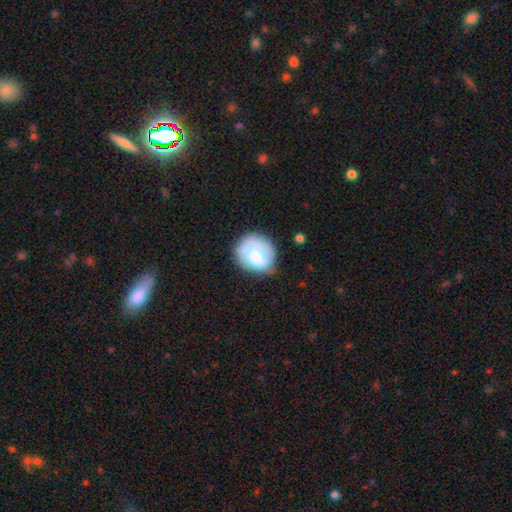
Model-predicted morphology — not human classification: Smooth or featured? Predicted: smooth (p=0.55). How rounded? Predicted: round (p=0.72). Merging? Predicted: none (p=0.58).